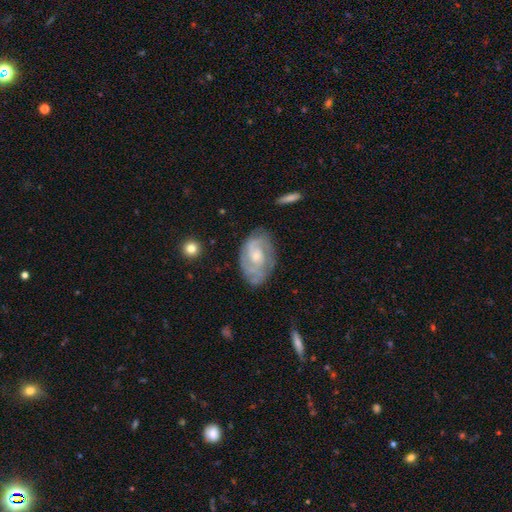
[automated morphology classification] type=featured or disk (76%); edge-on=no (96%); bar=no (63%); spiral arms=yes (89%); winding=tight (51%); arm count=2 (46%); bulge=small (54%); merging=none (69%).